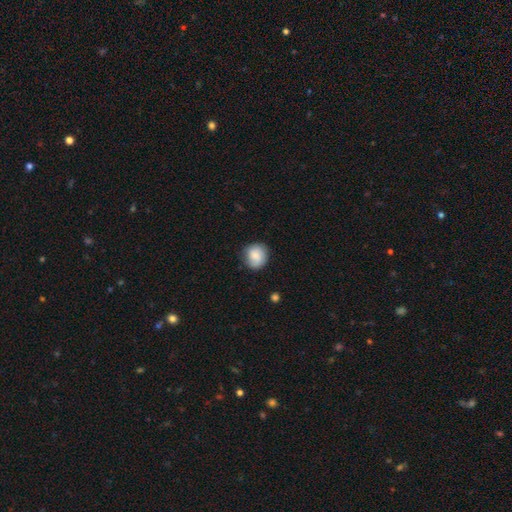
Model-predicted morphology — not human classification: smooth 79%, featured or disk 14%, star or artifact 7%. Down the decision tree: how rounded — round (83%); merging — none (76%).